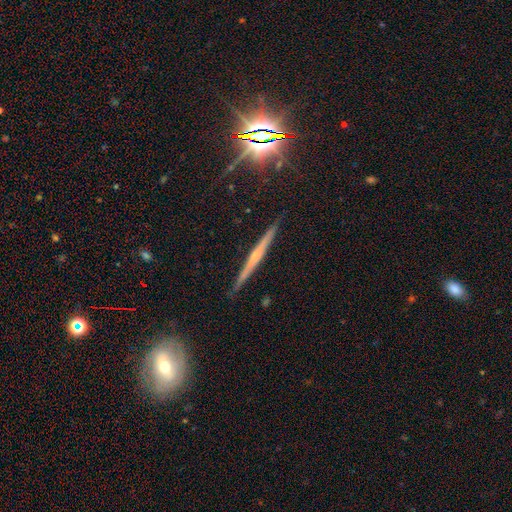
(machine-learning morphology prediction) Smooth or featured?
  - featured or disk: 68% *
  - smooth: 19%
  - star or artifact: 13%
Edge-on disk?
  - yes: 98% *
  - no: 2%
Edge-on bulge?
  - rounded: 61% *
  - none: 32%
  - boxy: 8%
Merging?
  - none: 89% *
  - minor disturbance: 8%
  - major disturbance: 1%
  - merger: 1%